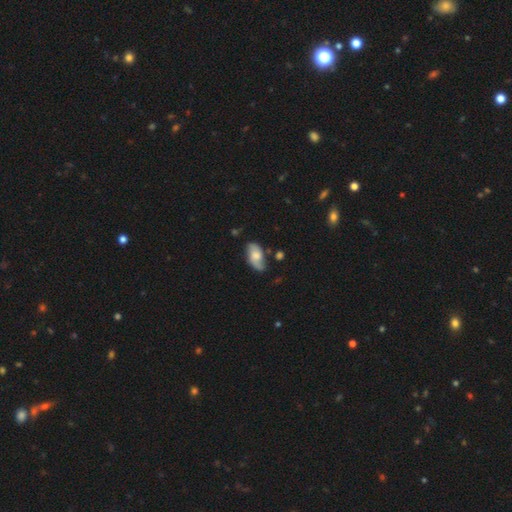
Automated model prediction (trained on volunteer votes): smooth_or_featured: featured or disk (p=0.52) [alt: smooth p=0.41]
disk_edge_on: no (p=0.93) [alt: yes p=0.07]
merging: none (p=0.62) [alt: minor disturbance p=0.26]